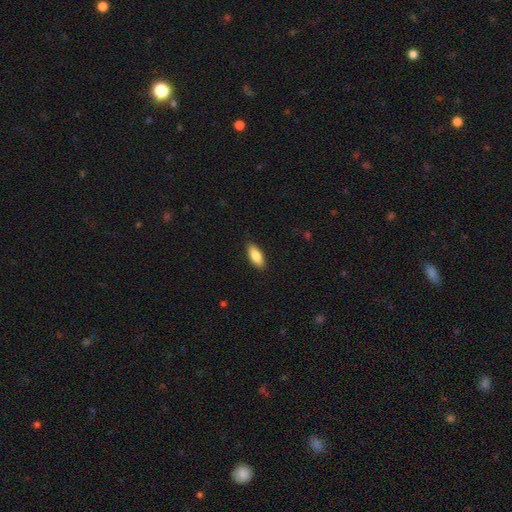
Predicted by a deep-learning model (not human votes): This is clearly a smooth galaxy (85%). How rounded: likely in between (78%). Merging: clearly none (89%).